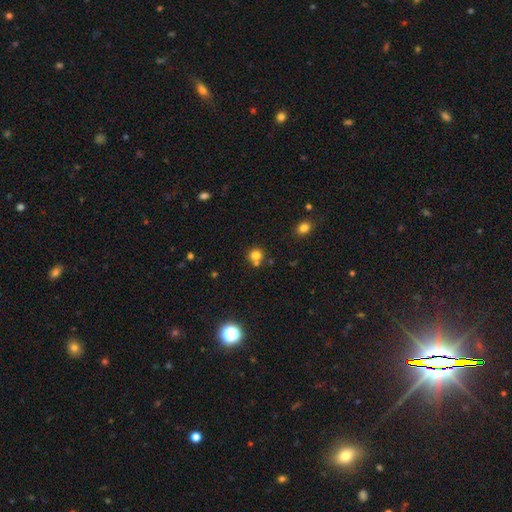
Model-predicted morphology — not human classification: smooth_or_featured: smooth (p=0.77) [alt: star or artifact p=0.15]
how_rounded: round (p=0.90) [alt: in between p=0.09]
merging: none (p=0.64) [alt: merger p=0.25]